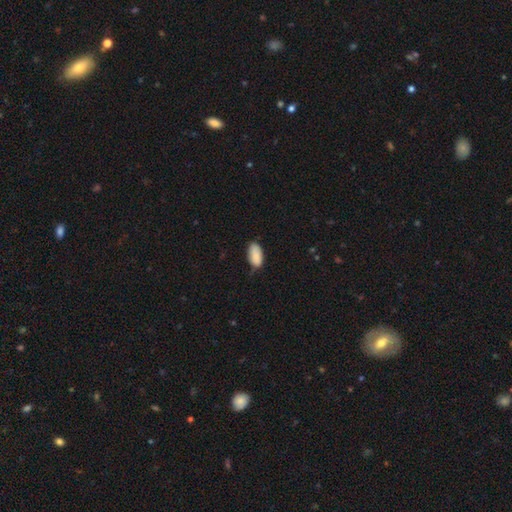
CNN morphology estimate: The model was most divided on "merging": none: 68%, minor disturbance: 27%, major disturbance: 3%, merger: 1%. More confident: how rounded — in between (94%); smooth or featured — smooth (88%).